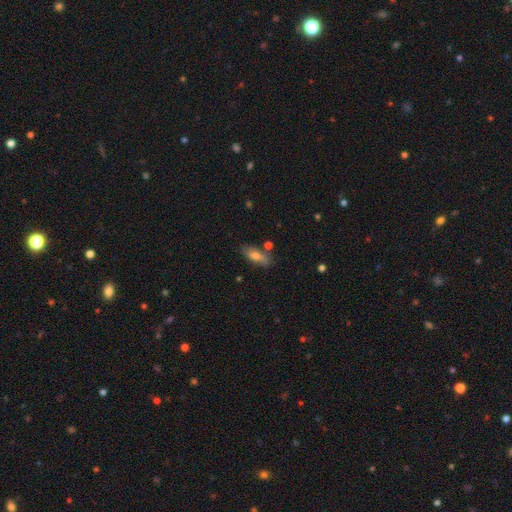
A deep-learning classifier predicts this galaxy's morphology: Overall: smooth (71%). How rounded: in between (72%). Merging: none (74%).